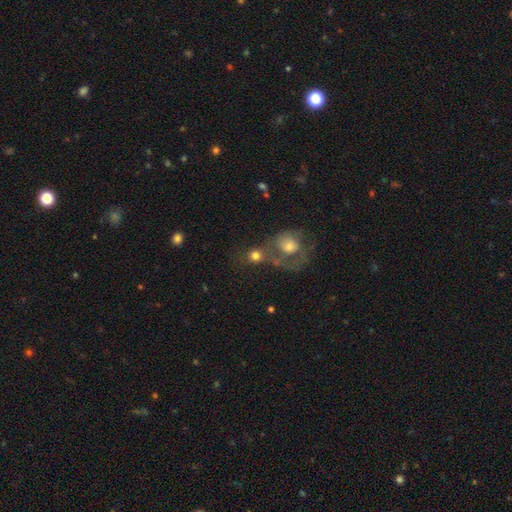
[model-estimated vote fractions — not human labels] Morphology: type=smooth (71%); roundness=round (80%); merging=merger (46%).